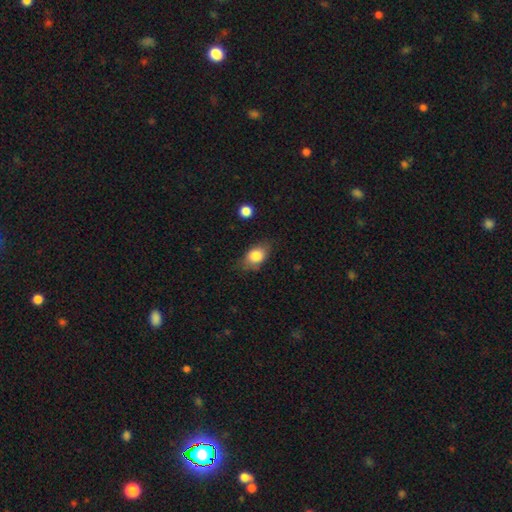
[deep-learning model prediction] Overall: smooth (80%). How rounded: in between (81%). Merging: none (73%).